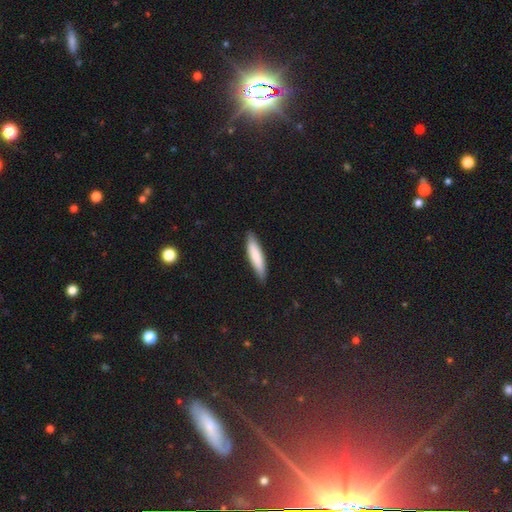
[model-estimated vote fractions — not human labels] smooth-or-featured: smooth: 79% | featured or disk: 15% | star or artifact: 5%
  how-rounded: cigar-shaped: 81% | in between: 18% | round: 1%
  merging: none: 87% | minor disturbance: 11% | major disturbance: 2% | merger: 1%